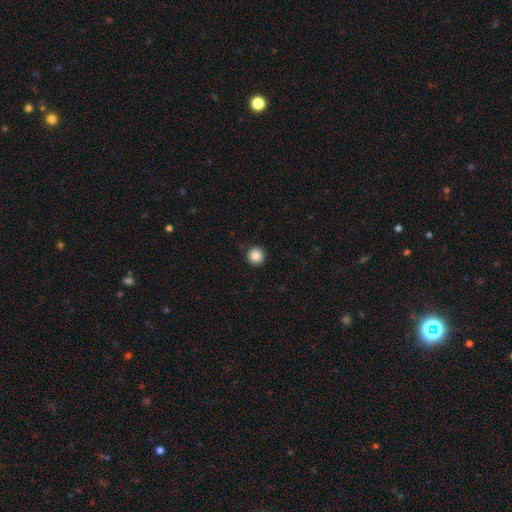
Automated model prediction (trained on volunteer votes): This is clearly a smooth galaxy (87%). How rounded: clearly round (96%). Merging: clearly none (92%).